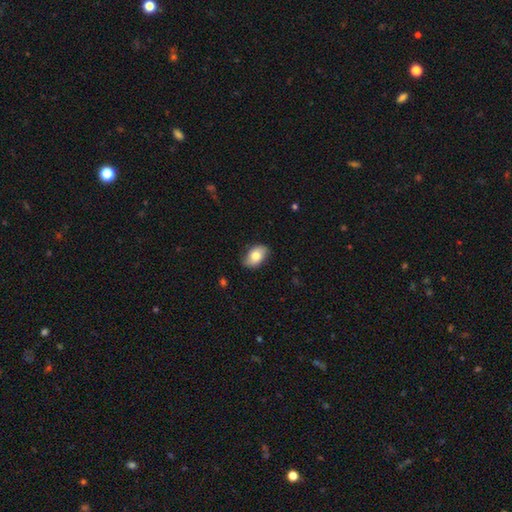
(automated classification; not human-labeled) Smooth or featured? smooth (75%)
How rounded? in between (90%)
Merging? none (79%)